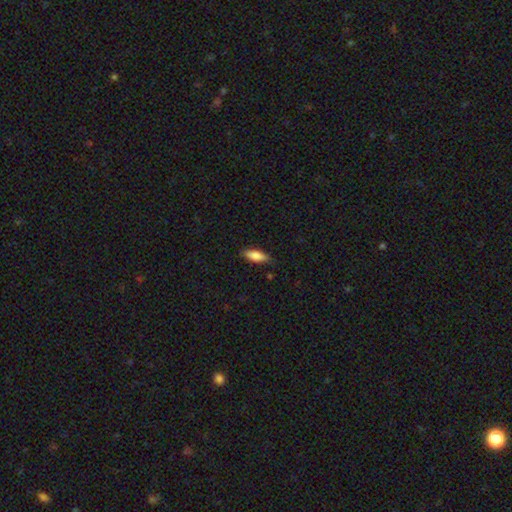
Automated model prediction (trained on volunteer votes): The model was most divided on "how rounded": in between: 64%, cigar-shaped: 34%, round: 2%. More confident: merging — none (83%); smooth or featured — smooth (80%).